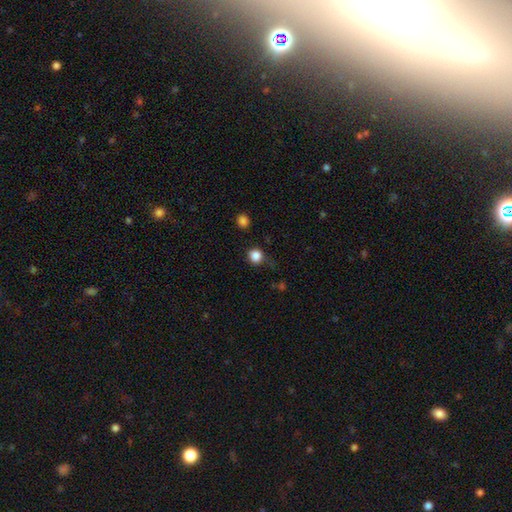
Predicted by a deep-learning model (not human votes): A smooth galaxy with no disk features (85%) that is round (89%). Merging: none (76%).